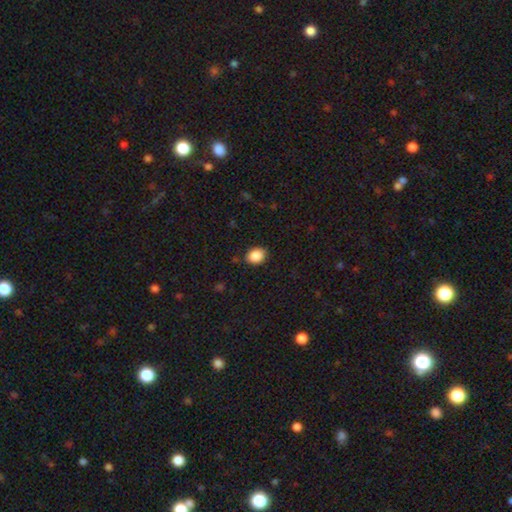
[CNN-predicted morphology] smooth-or-featured: smooth: 88% | star or artifact: 9% | featured or disk: 4%
  how-rounded: in between: 54% | round: 45% | cigar-shaped: 1%
  merging: none: 86% | minor disturbance: 10% | major disturbance: 2% | merger: 1%